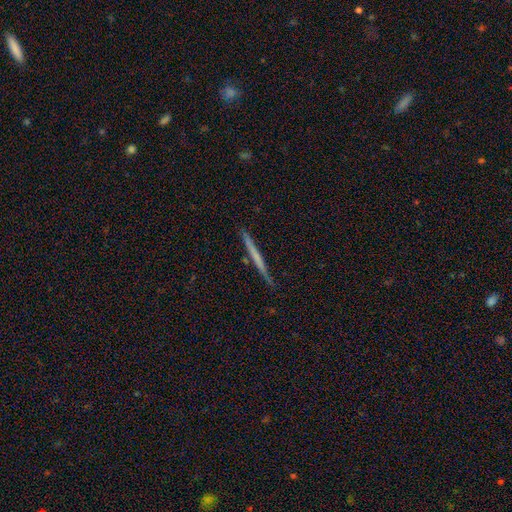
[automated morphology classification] A smooth galaxy with no disk features (47%, tied with featured or disk).

Vote fractions:
- Smooth or featured? smooth: 47% (tied) / featured or disk: 47% (tied) / star or artifact: 6%
- Merging? none: 89% / minor disturbance: 8% / major disturbance: 2% / merger: 2%